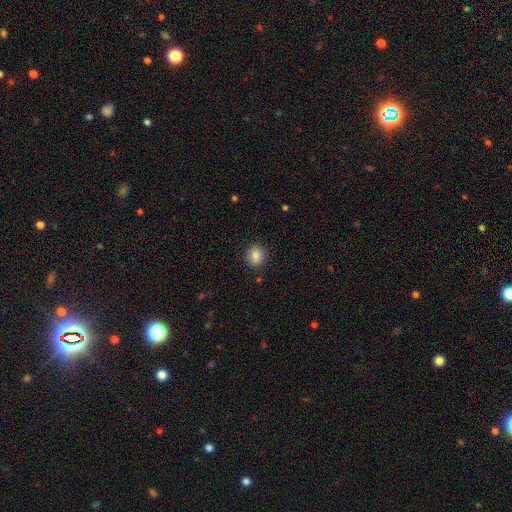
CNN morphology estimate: type=smooth (87%); roundness=round (63%); merging=none (88%).